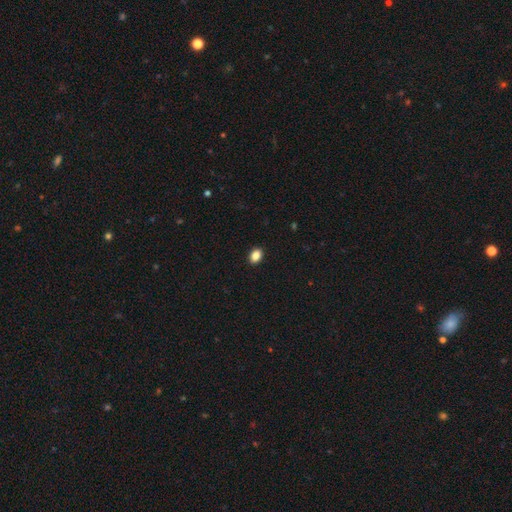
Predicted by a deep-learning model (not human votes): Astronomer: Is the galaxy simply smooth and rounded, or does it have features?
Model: smooth — 87%.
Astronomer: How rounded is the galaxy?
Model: in between — 75%.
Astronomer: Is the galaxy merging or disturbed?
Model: none — 91%.